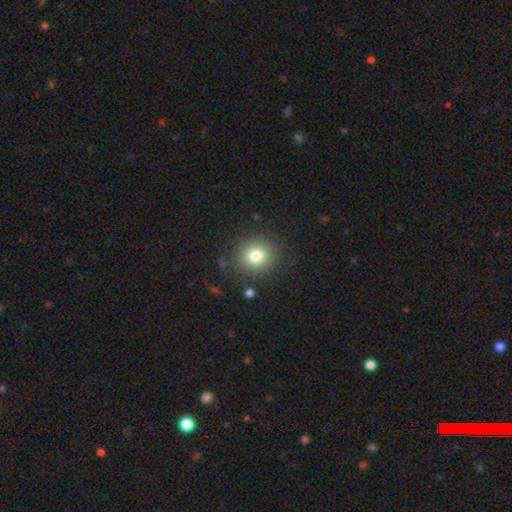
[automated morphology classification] Smooth or featured: smooth — 78% (star or artifact — 12%)
How rounded: round — 85% (in between — 14%)
Merging: none — 85% (minor disturbance — 9%)